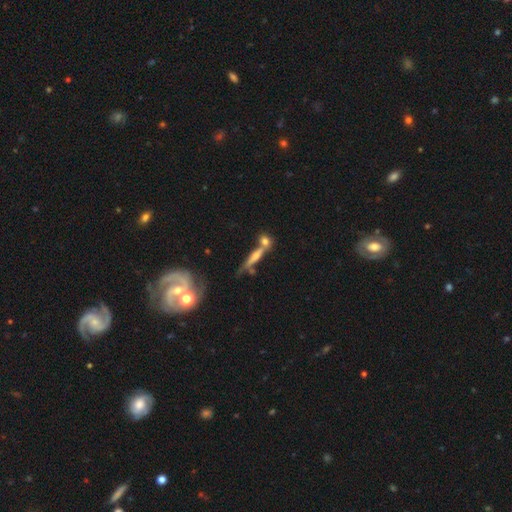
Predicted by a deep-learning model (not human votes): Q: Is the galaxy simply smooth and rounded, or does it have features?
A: featured or disk — 57%.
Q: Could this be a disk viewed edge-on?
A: yes — 73%.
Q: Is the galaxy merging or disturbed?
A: none — 39%.